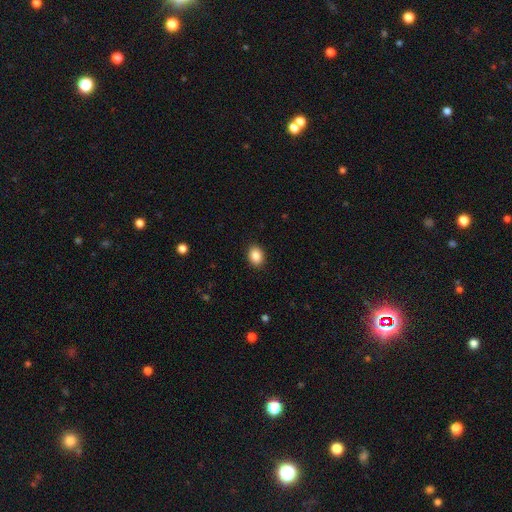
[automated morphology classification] Overall: smooth (88%). How rounded: in between (66%; round 33%). Merging: none (90%).